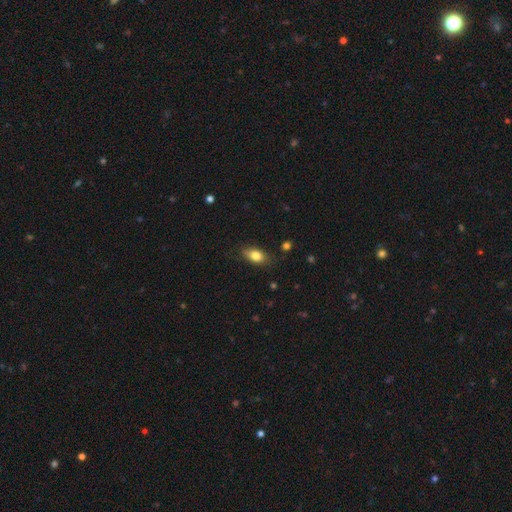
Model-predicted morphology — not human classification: This appears to be a smooth galaxy with no disk features (79%) that is in between round and cigar-shaped (83%). Merging: none (79%).